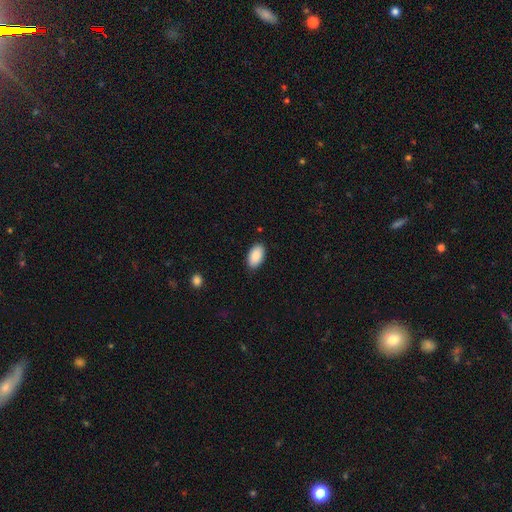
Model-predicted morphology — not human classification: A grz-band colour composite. It shows a smooth galaxy with no disk features (90%) that is in between round and cigar-shaped (95%). Merging: none (87%).